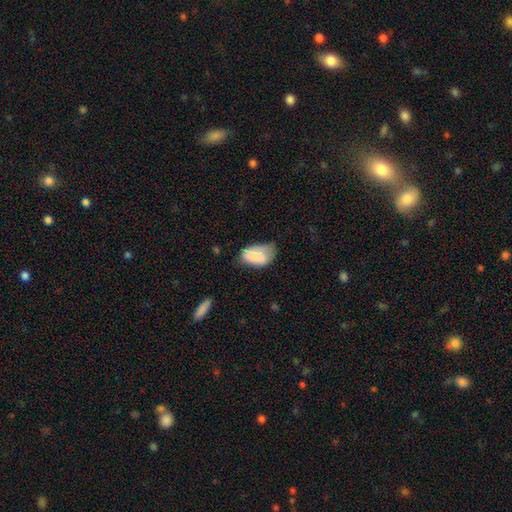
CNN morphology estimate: A smooth galaxy with no disk features (81%) that is in between round and cigar-shaped (92%).

Vote fractions:
- Smooth or featured? smooth: 81% / featured or disk: 12% / star or artifact: 7%
- How rounded? in between: 92% / round: 7% / cigar-shaped: 1%
- Merging? minor disturbance: 44% / none: 35% / major disturbance: 17% / merger: 4%